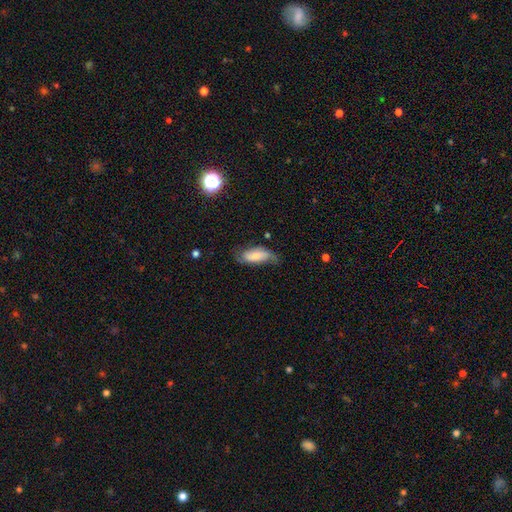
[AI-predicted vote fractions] The model was most divided on "merging": none: 50%, minor disturbance: 33%, major disturbance: 14%, merger: 2%. More confident: how rounded — in between (79%); smooth or featured — smooth (62%).